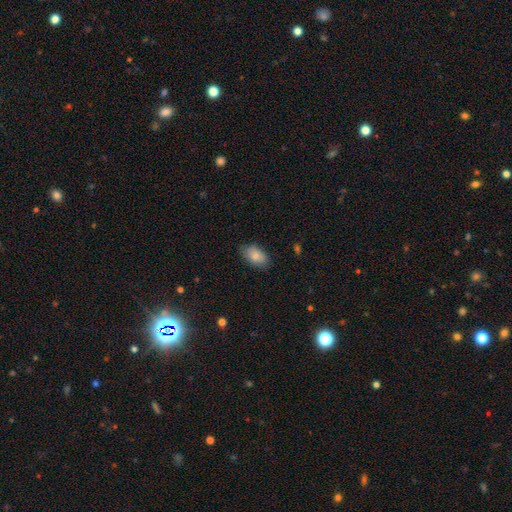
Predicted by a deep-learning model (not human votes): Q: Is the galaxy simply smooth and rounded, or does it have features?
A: smooth — 83%.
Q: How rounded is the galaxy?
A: in between — 91%.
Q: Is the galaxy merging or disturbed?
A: none — 81%.